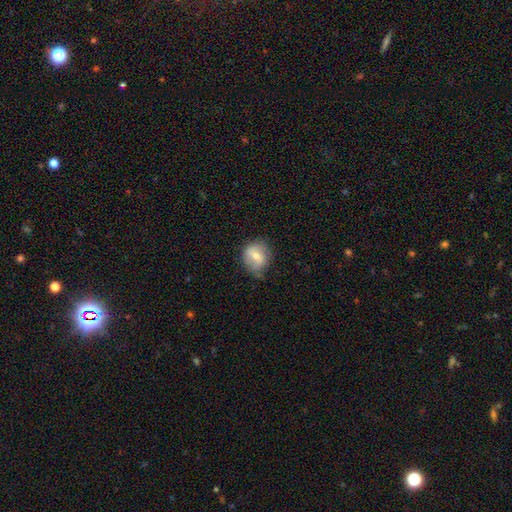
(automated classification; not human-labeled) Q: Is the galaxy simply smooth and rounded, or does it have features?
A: smooth — 58%.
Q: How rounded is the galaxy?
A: round — 68%.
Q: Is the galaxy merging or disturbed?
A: none — 58%.